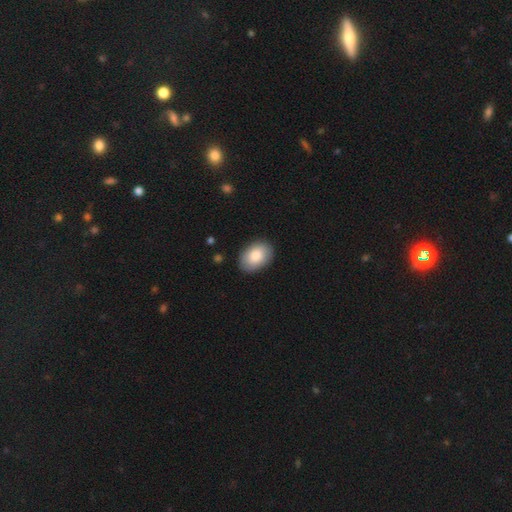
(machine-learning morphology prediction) A smooth galaxy with no disk features (82%) that is in between round and cigar-shaped (87%). Merging: none (87%).